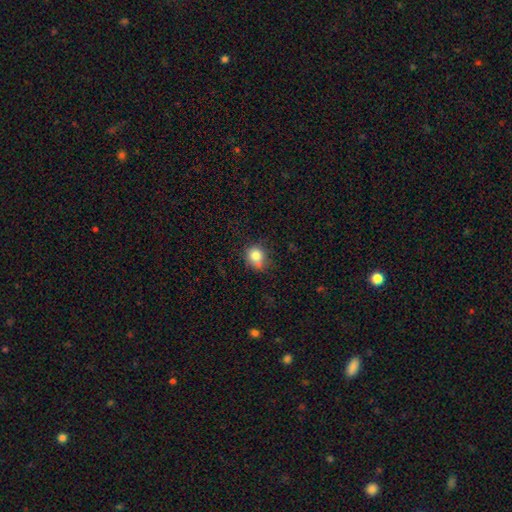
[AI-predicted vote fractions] Morphology: type=smooth (83%); roundness=round (72%); merging=none (59%).